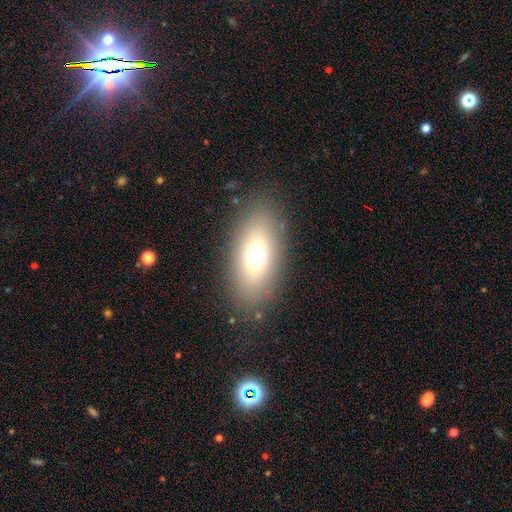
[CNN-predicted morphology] smooth_or_featured: smooth (p=0.66) [alt: featured or disk p=0.20]
how_rounded: in between (p=0.83) [alt: round p=0.09]
merging: none (p=0.84) [alt: minor disturbance p=0.09]